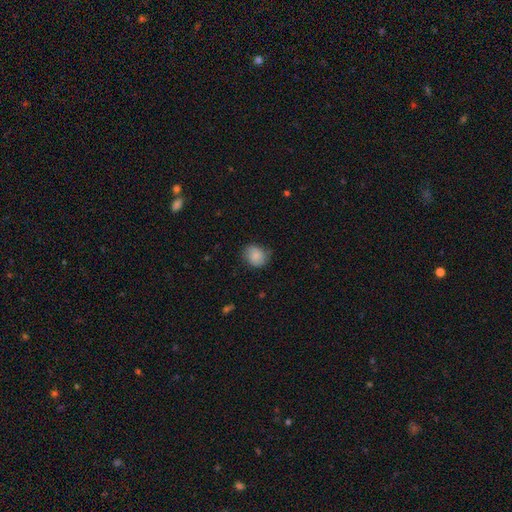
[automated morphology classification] smooth_or_featured: smooth (p=0.82) [alt: featured or disk p=0.11]
how_rounded: round (p=0.66) [alt: in between p=0.33]
merging: none (p=0.72) [alt: minor disturbance p=0.22]